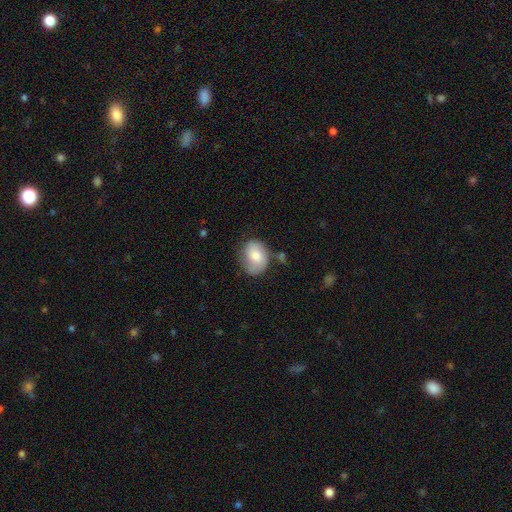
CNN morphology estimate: This appears to be a smooth galaxy with no disk features (68%) that is in between round and cigar-shaped (65%). Merging: none (59%).